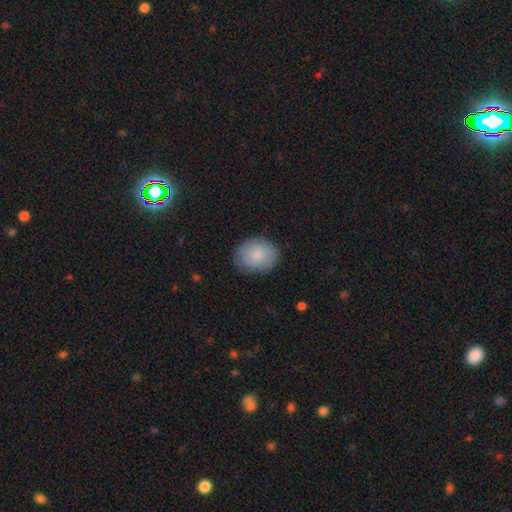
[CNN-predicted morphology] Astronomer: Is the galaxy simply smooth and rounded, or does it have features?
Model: smooth — 83%.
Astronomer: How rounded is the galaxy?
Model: in between — 55% (runner-up: round, 44%).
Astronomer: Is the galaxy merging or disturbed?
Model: none — 83%.